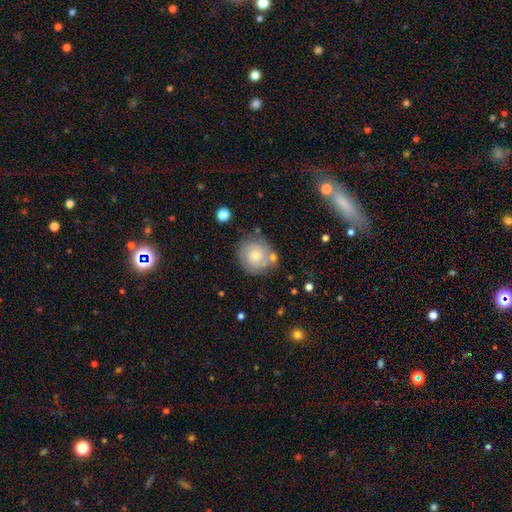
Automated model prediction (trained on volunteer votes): featured or disk 52%, smooth 41%, star or artifact 7%. Down the decision tree: edge-on disk — no (98%); bar — no (79%); spiral arms — yes (82%); bulge size — small (49%); merging — none (68%).